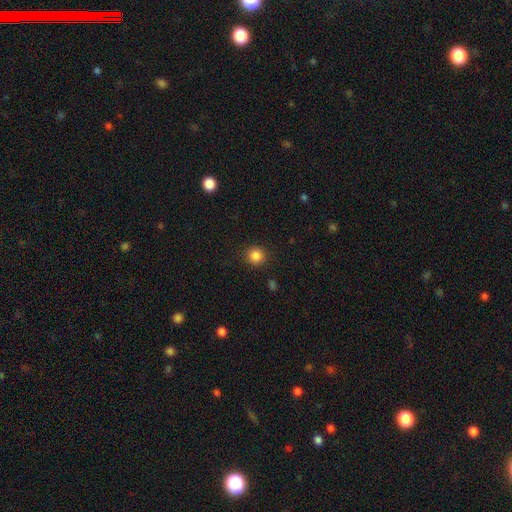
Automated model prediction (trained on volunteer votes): Morphology: type=smooth (85%); roundness=round (92%); merging=none (90%).